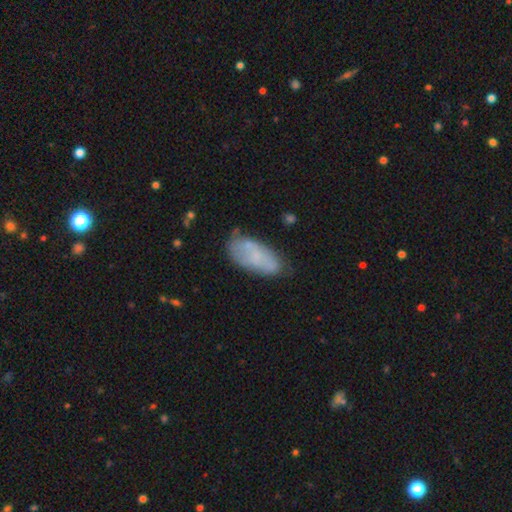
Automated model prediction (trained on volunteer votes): This is likely a smooth galaxy (60%). How rounded: clearly in between (87%). Merging: possibly none (58%).